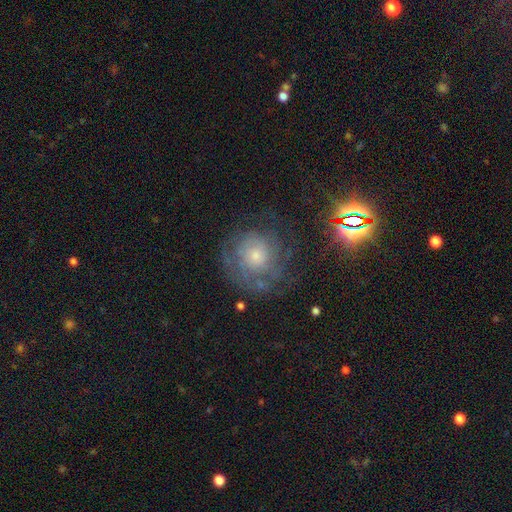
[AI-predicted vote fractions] Smooth or featured?
  - featured or disk: 60% *
  - smooth: 27%
  - star or artifact: 14%
Edge-on disk?
  - no: 97% *
  - yes: 3%
Bar?
  - no: 84% *
  - weak: 14%
  - strong: 3%
Spiral arms?
  - yes: 76% *
  - no: 24%
Bulge size?
  - small: 57% *
  - moderate: 32%
  - large: 6%
  - none: 4%
  - dominant: 2%
Merging?
  - none: 66% *
  - minor disturbance: 17%
  - major disturbance: 14%
  - merger: 2%